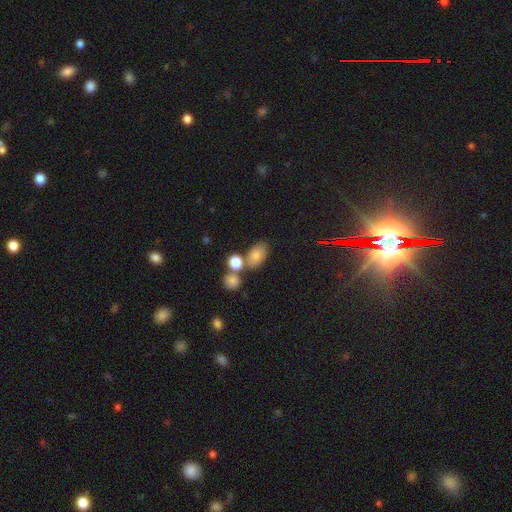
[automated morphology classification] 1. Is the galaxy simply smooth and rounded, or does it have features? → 78% smooth, 12% star or artifact, 10% featured or disk.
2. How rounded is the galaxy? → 85% in between, 13% round, 2% cigar-shaped.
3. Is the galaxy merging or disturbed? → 59% none, 22% merger, 14% minor disturbance, 5% major disturbance.